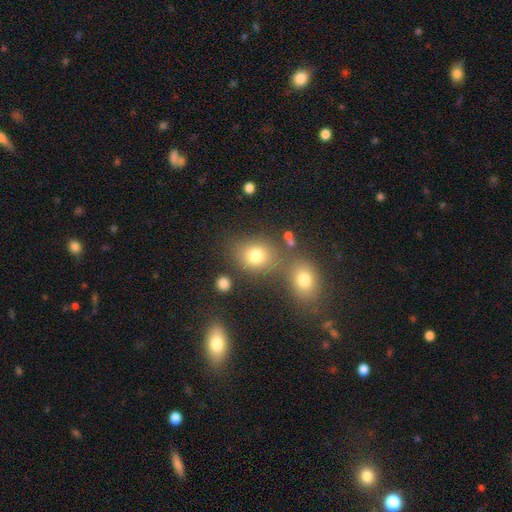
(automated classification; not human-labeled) smooth 77%, star or artifact 15%, featured or disk 9%. Down the decision tree: how rounded — round (64%); merging — none (59%).